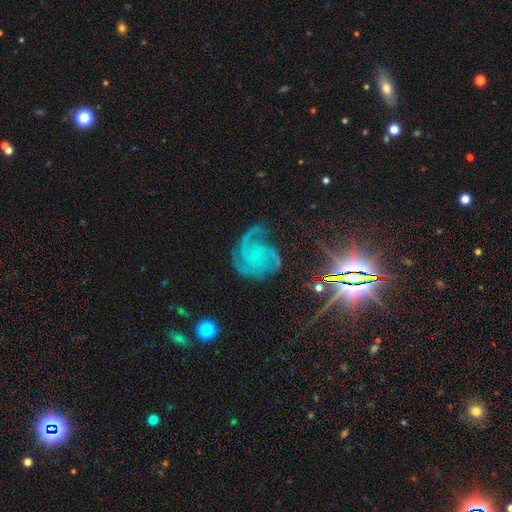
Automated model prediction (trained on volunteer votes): Morphology: type=featured or disk (83%); edge-on=no (98%); bar=no (74%); spiral arms=yes (97%); winding=medium (44%); arm count=3 (42%); bulge=small (76%); merging=none (59%).